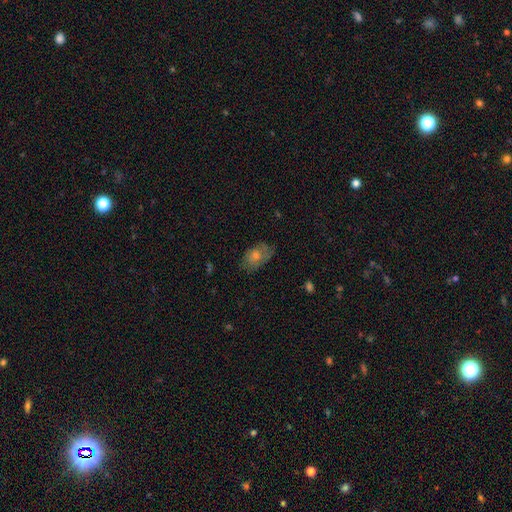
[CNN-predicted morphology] Overall: smooth (45%; featured or disk 40%). Merging: none (70%).